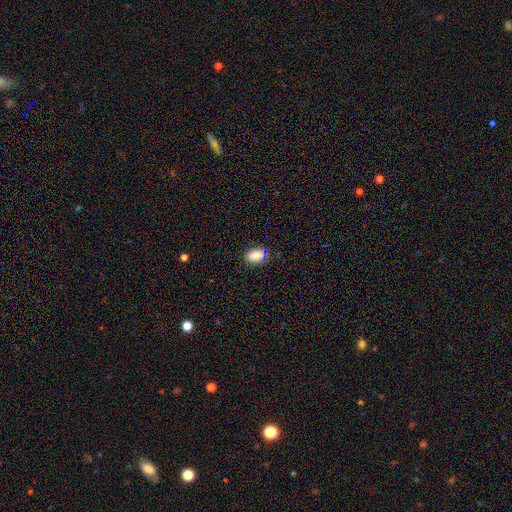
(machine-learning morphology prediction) This appears to be a smooth galaxy with no disk features (83%) that is in between round and cigar-shaped (81%). Merging: none (78%).